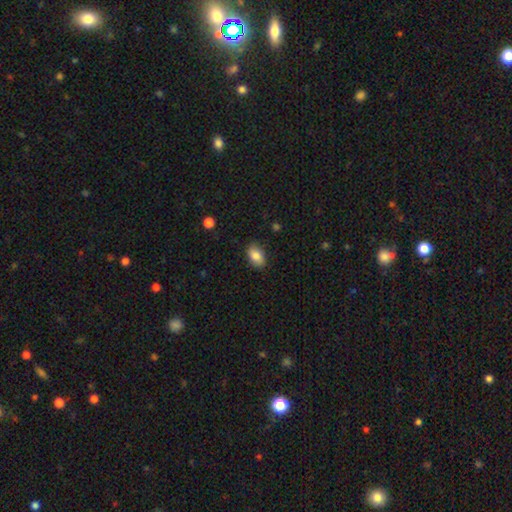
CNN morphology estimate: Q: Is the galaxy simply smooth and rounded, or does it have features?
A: smooth — 85%.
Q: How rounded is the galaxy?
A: in between — 88%.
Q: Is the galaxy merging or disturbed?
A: none — 86%.